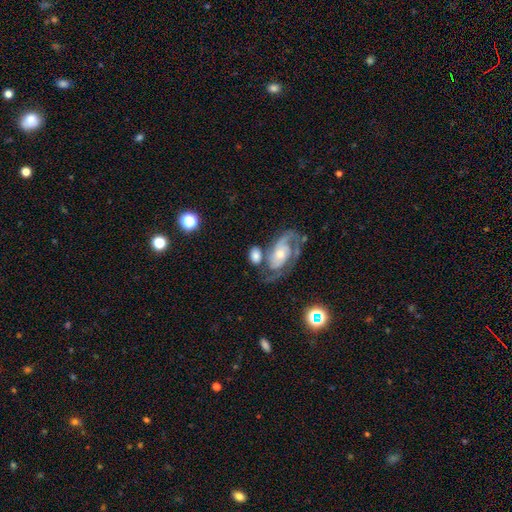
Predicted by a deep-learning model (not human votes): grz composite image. It shows a featured or disk galaxy (48%). Merging: none (43%).